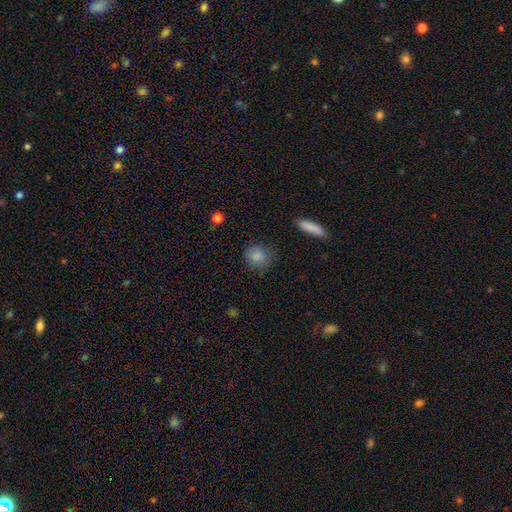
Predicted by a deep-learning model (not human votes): This is clearly a smooth galaxy (81%). How rounded: likely round (80%). Merging: clearly none (84%).